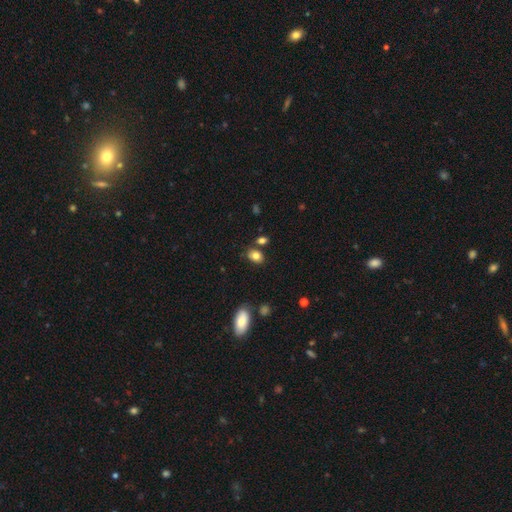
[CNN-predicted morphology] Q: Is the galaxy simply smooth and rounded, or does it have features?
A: smooth — 82%.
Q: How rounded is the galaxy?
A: in between — 77%.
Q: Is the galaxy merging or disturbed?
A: none — 75%.